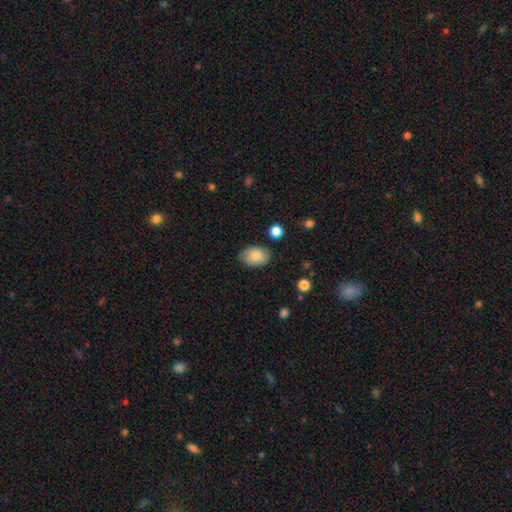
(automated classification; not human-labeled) Smooth or featured? smooth (82%)
How rounded? in between (85%)
Merging? none (79%)